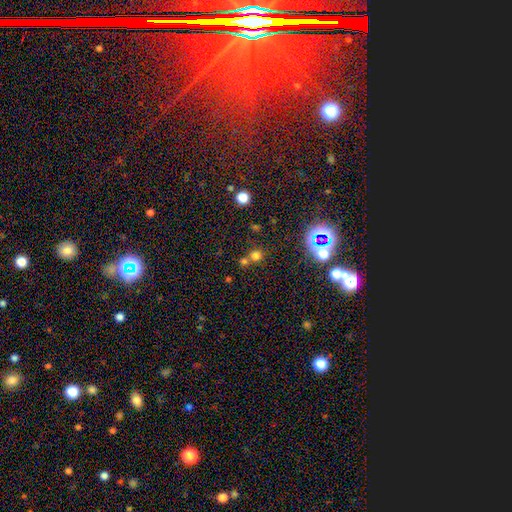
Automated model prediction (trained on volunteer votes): Smooth or featured? smooth (65%)
How rounded? round (85%)
Merging? none (57%)